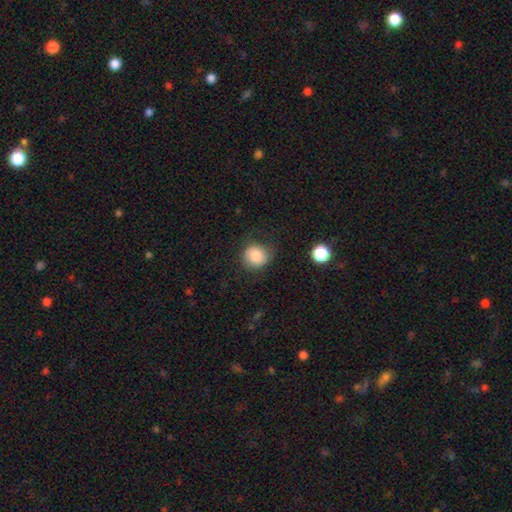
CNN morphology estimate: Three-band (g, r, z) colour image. It shows a smooth galaxy with no disk features (80%) that is round (83%). Merging: none (70%).